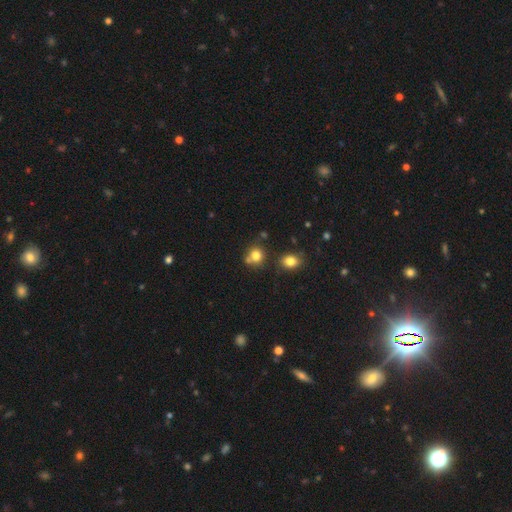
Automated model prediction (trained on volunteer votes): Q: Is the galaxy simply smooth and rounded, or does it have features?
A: smooth — 79%.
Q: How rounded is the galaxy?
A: round — 80%.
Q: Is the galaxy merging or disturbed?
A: none — 61%.